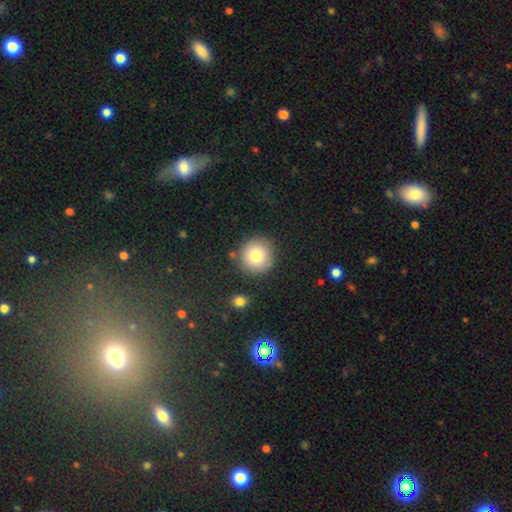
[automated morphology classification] Overall: smooth (80%). How rounded: round (94%). Merging: none (85%).